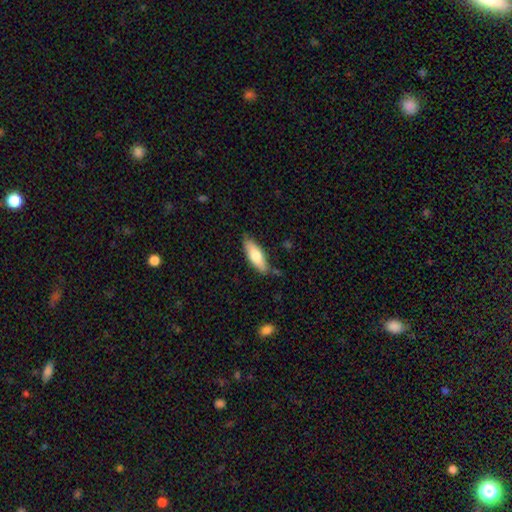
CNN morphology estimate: This is likely a smooth galaxy (71%). How rounded: likely in between (62%). Merging: likely none (77%).